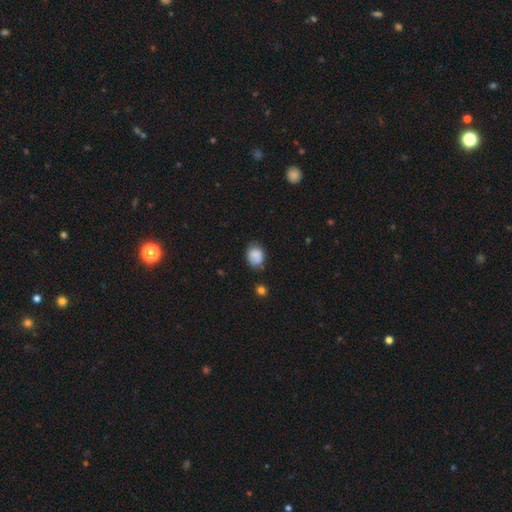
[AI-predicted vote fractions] A smooth galaxy with no disk features (81%) that is round (54%).

Vote fractions:
- Smooth or featured? smooth: 81% / featured or disk: 10% / star or artifact: 9%
- How rounded? round: 54% / in between: 45% / cigar-shaped: 1%
- Merging? none: 67% / minor disturbance: 25% / major disturbance: 5% / merger: 3%